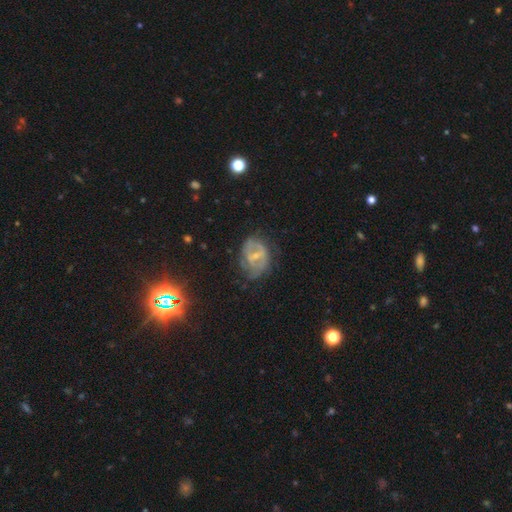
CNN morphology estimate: A featured or disk galaxy (65%) with a weak bar (50%), spiral arms (61%) and a small central bulge (54%). Merging: none (54%).